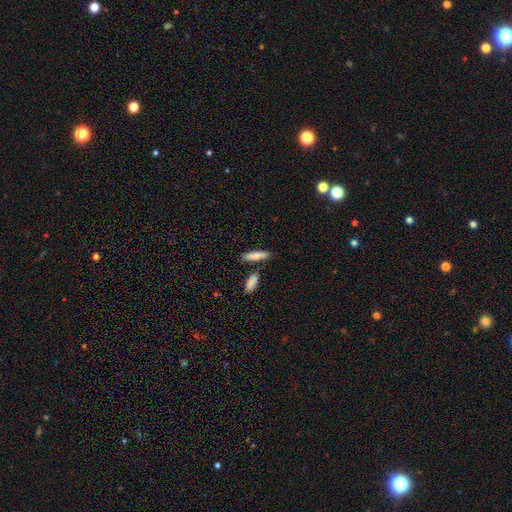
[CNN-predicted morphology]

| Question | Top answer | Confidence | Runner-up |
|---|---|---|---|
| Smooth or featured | smooth | 79% | featured or disk (15%) |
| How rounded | cigar-shaped | 67% | in between (31%) |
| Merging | none | 73% | merger (12%) |